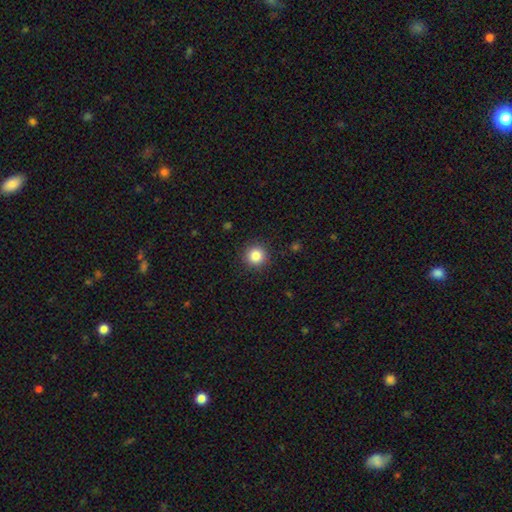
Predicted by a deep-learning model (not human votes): This is clearly a smooth galaxy (85%). How rounded: clearly round (95%). Merging: clearly none (91%).